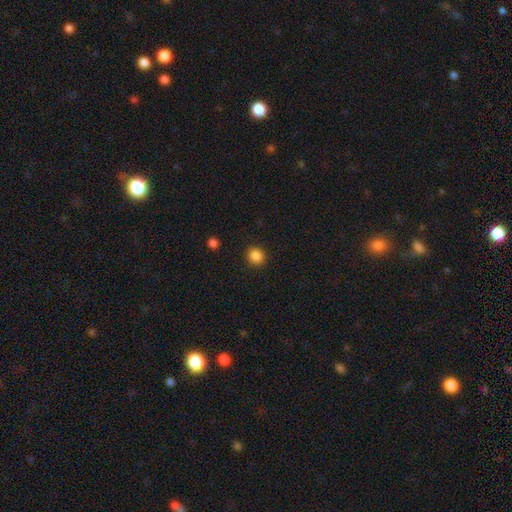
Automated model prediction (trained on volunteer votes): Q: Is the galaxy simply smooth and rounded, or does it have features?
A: smooth — 86%.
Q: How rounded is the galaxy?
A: round — 88%.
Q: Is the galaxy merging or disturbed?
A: none — 91%.